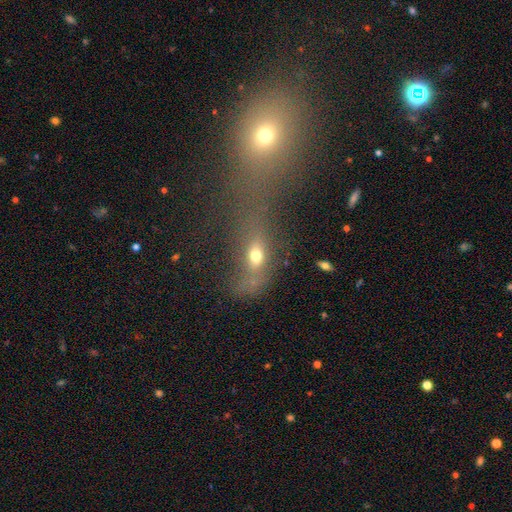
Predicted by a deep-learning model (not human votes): Smooth or featured?
  - smooth: 43% *
  - star or artifact: 30%
  - featured or disk: 27%
Merging?
  - merger: 73% *
  - none: 13%
  - major disturbance: 8%
  - minor disturbance: 5%